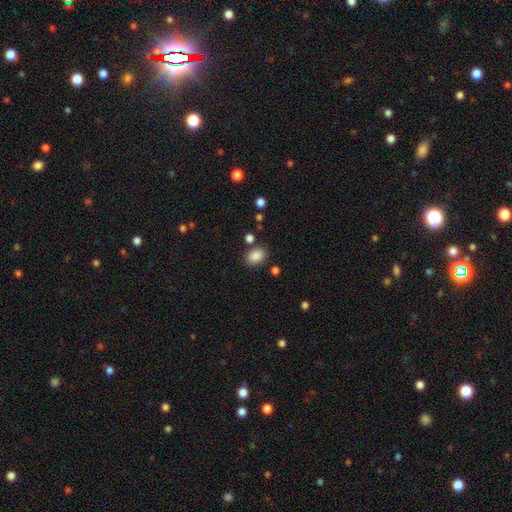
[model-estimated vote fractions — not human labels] Smooth or featured?
  - smooth: 87% *
  - star or artifact: 9%
  - featured or disk: 4%
How rounded?
  - in between: 73% *
  - round: 26%
  - cigar-shaped: 1%
Merging?
  - none: 80% *
  - minor disturbance: 11%
  - merger: 5%
  - major disturbance: 4%